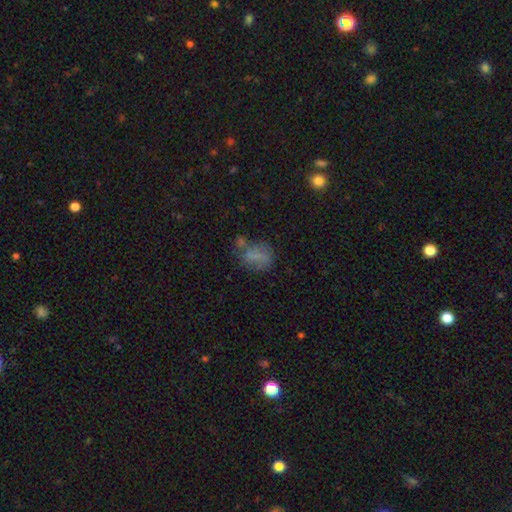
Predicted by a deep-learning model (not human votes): Smooth or featured?
  - smooth: 63% *
  - featured or disk: 21%
  - star or artifact: 16%
How rounded?
  - in between: 52% *
  - round: 46%
  - cigar-shaped: 2%
Merging?
  - none: 48% *
  - minor disturbance: 22%
  - merger: 16%
  - major disturbance: 15%